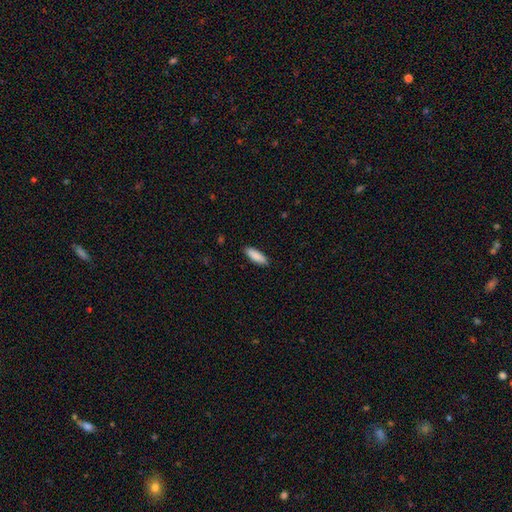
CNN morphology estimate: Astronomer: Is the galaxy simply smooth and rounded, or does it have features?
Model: smooth — 89%.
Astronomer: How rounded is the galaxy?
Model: in between — 58% (runner-up: cigar-shaped, 41%).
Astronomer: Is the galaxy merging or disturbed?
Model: none — 88%.